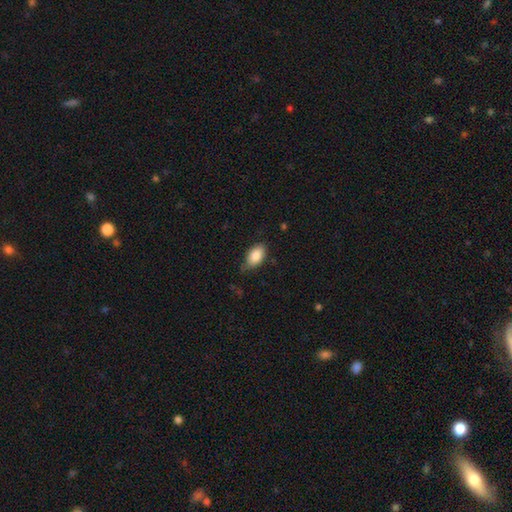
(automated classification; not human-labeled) This is clearly a smooth galaxy (85%). How rounded: clearly in between (93%). Merging: likely none (69%).